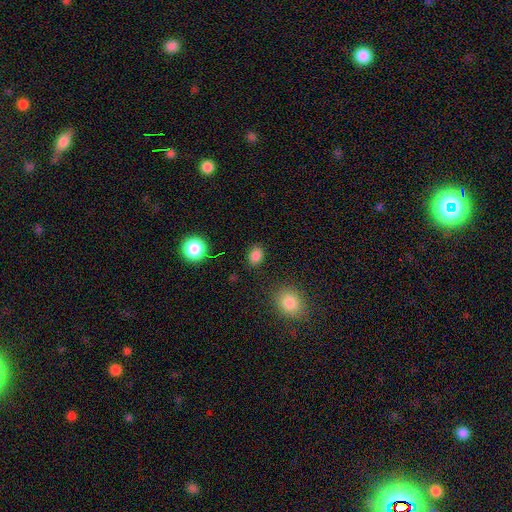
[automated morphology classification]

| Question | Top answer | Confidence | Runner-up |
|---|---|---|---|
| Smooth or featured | smooth | 85% | star or artifact (12%) |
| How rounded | in between | 60% | round (38%) |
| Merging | none | 86% | minor disturbance (10%) |